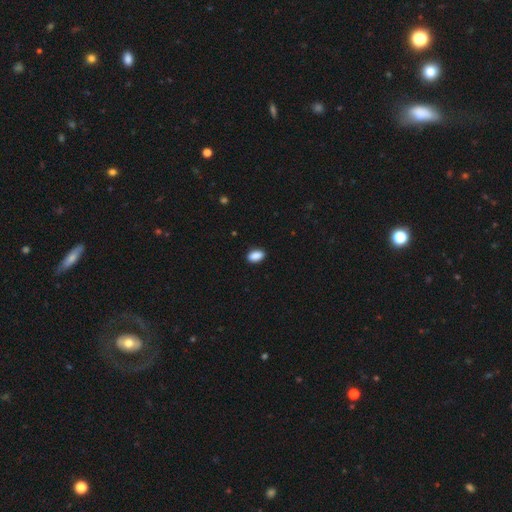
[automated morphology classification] smooth_or_featured: smooth (p=0.89) [alt: star or artifact p=0.08]
how_rounded: in between (p=0.91) [alt: round p=0.07]
merging: none (p=0.89) [alt: minor disturbance p=0.09]